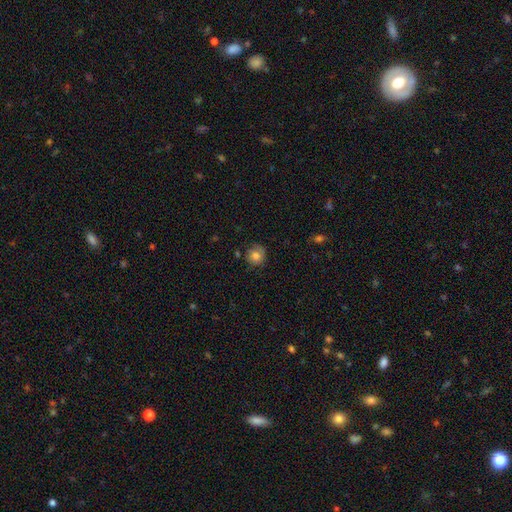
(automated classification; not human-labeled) smooth_or_featured: smooth (p=0.75) [alt: featured or disk p=0.16]
how_rounded: round (p=0.87) [alt: in between p=0.12]
merging: none (p=0.70) [alt: minor disturbance p=0.21]